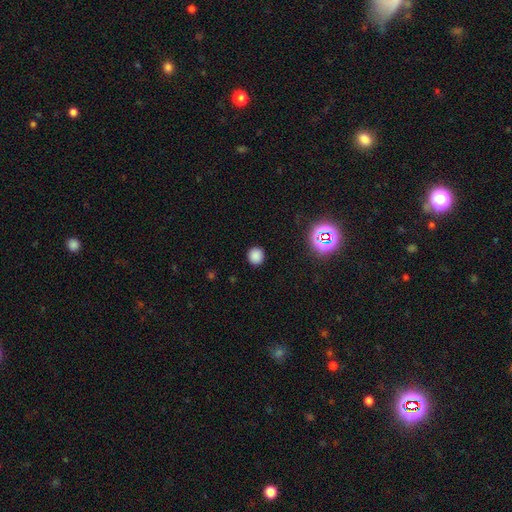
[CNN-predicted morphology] Smooth or featured: smooth — 83% (star or artifact — 14%)
How rounded: round — 90% (in between — 9%)
Merging: none — 91% (minor disturbance — 6%)